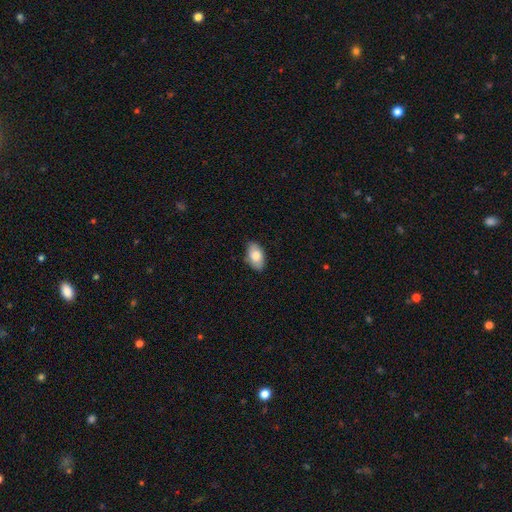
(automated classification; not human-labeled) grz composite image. It shows a smooth galaxy with no disk features (82%) that is in between round and cigar-shaped (93%). Merging: none (81%).